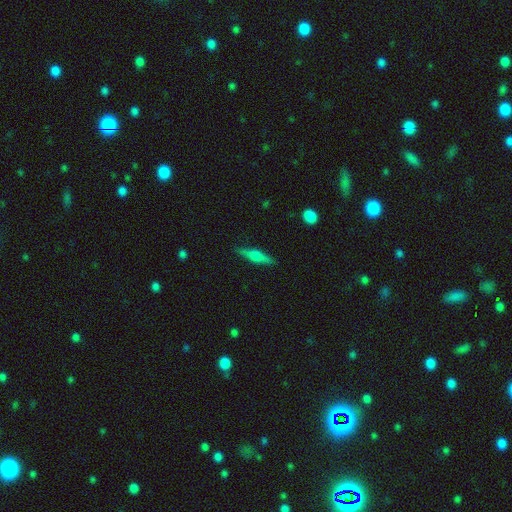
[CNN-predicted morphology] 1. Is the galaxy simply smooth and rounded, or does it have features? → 53% featured or disk, 40% smooth, 7% star or artifact.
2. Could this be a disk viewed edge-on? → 95% yes, 5% no.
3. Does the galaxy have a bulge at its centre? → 81% rounded, 14% boxy, 5% none.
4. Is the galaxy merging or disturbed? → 87% none, 9% minor disturbance, 2% major disturbance, 1% merger.